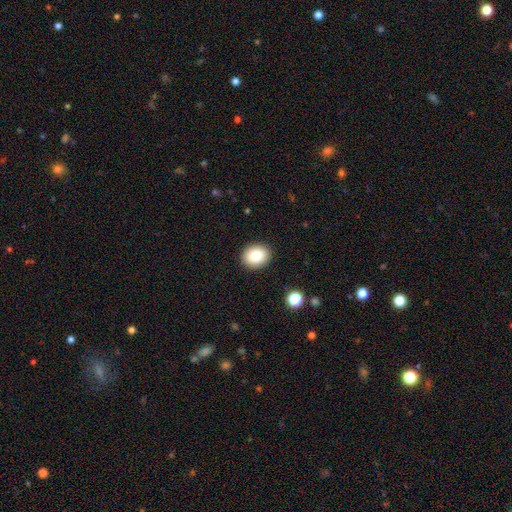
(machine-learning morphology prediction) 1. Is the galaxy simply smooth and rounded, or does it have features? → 84% smooth, 9% star or artifact, 8% featured or disk.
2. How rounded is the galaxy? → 53% round, 47% in between, 1% cigar-shaped.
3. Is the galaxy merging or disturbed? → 90% none, 7% minor disturbance, 2% major disturbance, 1% merger.